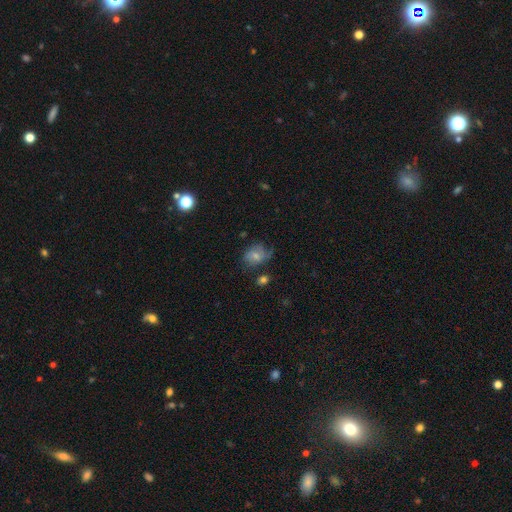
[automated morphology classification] Smooth or featured? smooth (53%)
How rounded? in between (61%)
Merging? none (47%)